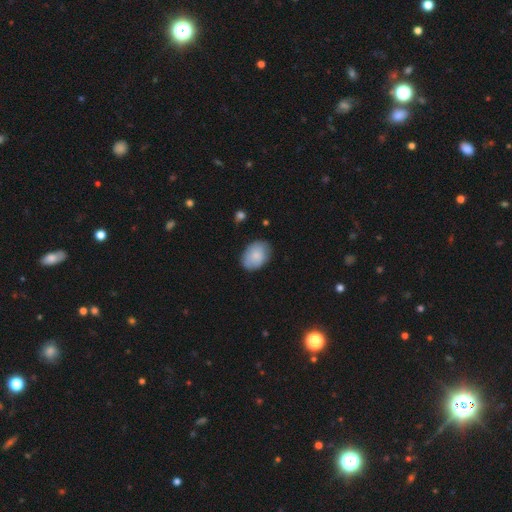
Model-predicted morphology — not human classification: This appears to be a smooth galaxy with no disk features (81%) that is in between round and cigar-shaped (83%). Merging: none (76%).